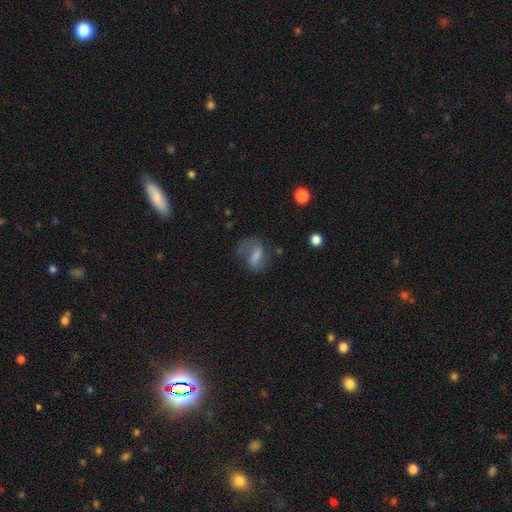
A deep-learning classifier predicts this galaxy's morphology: featured or disk 45%, smooth 44%, star or artifact 11%. Down the decision tree: merging — none (47%).